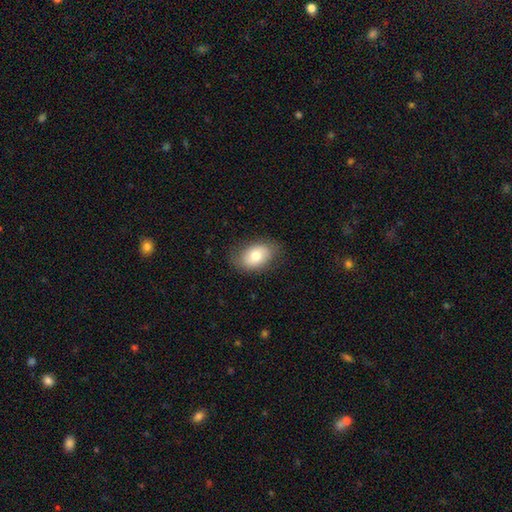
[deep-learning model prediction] The model was most divided on "smooth or featured": smooth: 75%, featured or disk: 18%, star or artifact: 7%. More confident: how rounded — in between (85%); merging — none (78%).